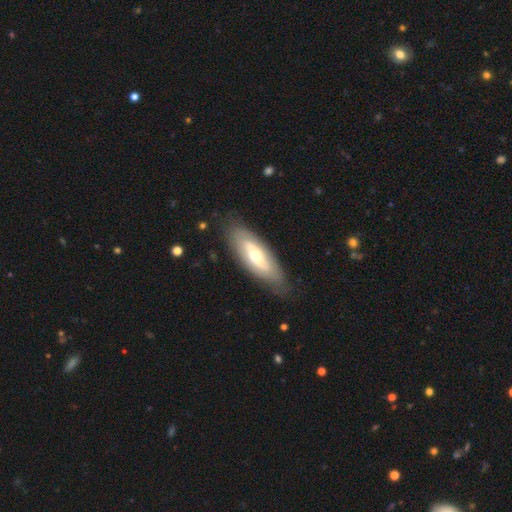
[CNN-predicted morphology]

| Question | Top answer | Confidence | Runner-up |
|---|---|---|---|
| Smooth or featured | featured or disk | 55% | smooth (39%) |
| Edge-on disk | no | 76% | yes (24%) |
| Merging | none | 81% | minor disturbance (14%) |